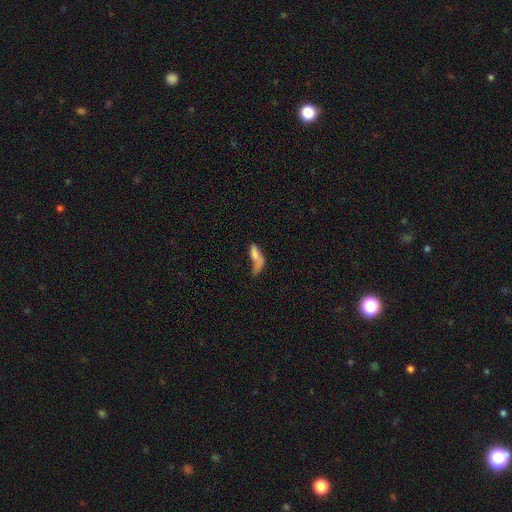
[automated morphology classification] Overall: smooth (64%; featured or disk 25%). How rounded: in between (62%; cigar-shaped 34%). Merging: major disturbance (40%; merger 22%).